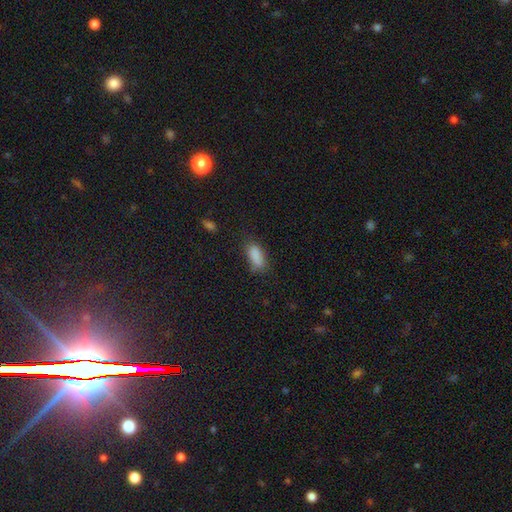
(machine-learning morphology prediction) This appears to be a smooth galaxy with no disk features (85%) that is in between round and cigar-shaped (82%). Merging: none (64%).